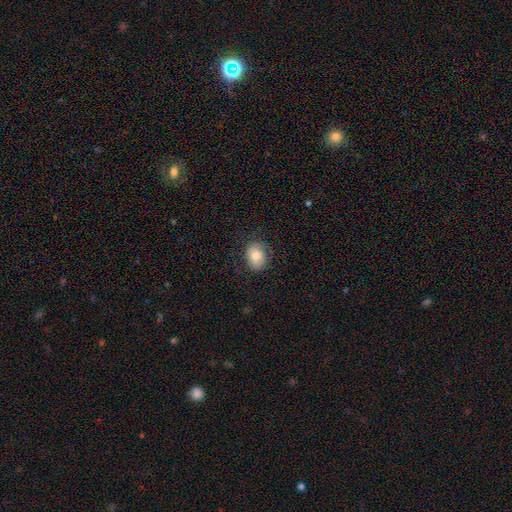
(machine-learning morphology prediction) This is likely a smooth galaxy (77%). How rounded: likely in between (63%). Merging: likely none (76%).